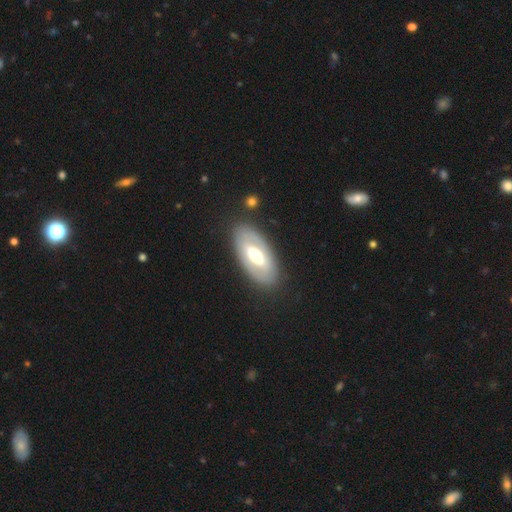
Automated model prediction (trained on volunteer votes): smooth_or_featured: featured or disk (p=0.58) [alt: smooth p=0.37]
disk_edge_on: no (p=0.85) [alt: yes p=0.15]
merging: none (p=0.84) [alt: minor disturbance p=0.10]